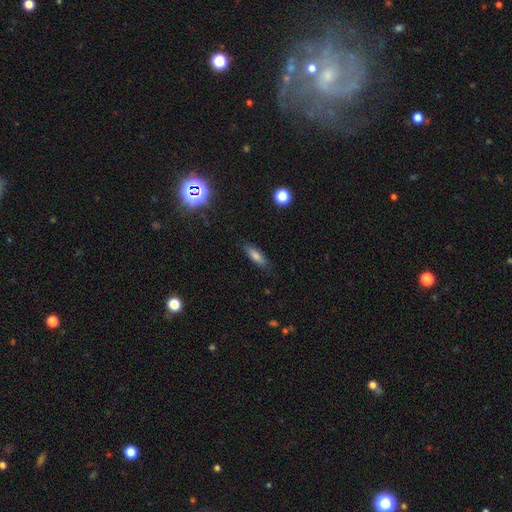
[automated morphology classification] Smooth or featured: smooth — 76% (featured or disk — 14%)
How rounded: in between — 54% (cigar-shaped — 43%)
Merging: none — 82% (minor disturbance — 13%)